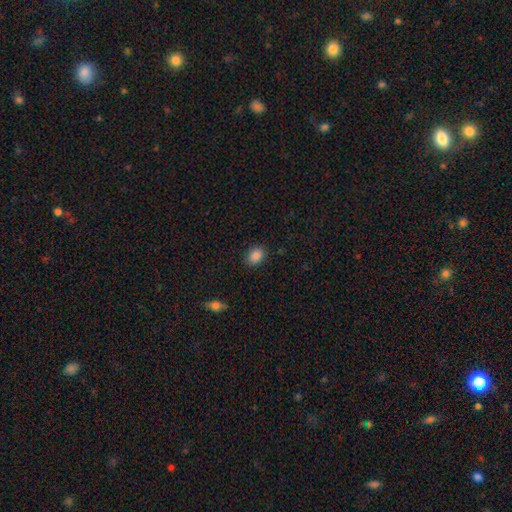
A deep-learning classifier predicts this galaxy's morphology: Overall: smooth (85%). How rounded: in between (60%; round 39%). Merging: none (87%).